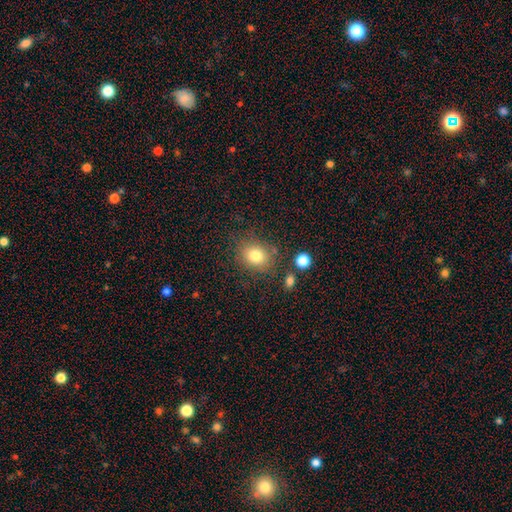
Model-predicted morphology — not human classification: A smooth galaxy with no disk features (79%) that is round (61%).

Vote fractions:
- Smooth or featured? smooth: 79% / star or artifact: 11% / featured or disk: 9%
- How rounded? round: 61% / in between: 38% / cigar-shaped: 1%
- Merging? none: 77% / minor disturbance: 13% / major disturbance: 5% / merger: 5%